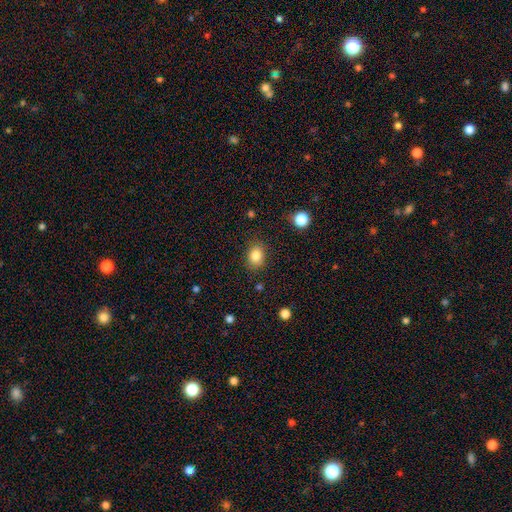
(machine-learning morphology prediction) type=smooth (84%); roundness=in between (60%); merging=none (84%).